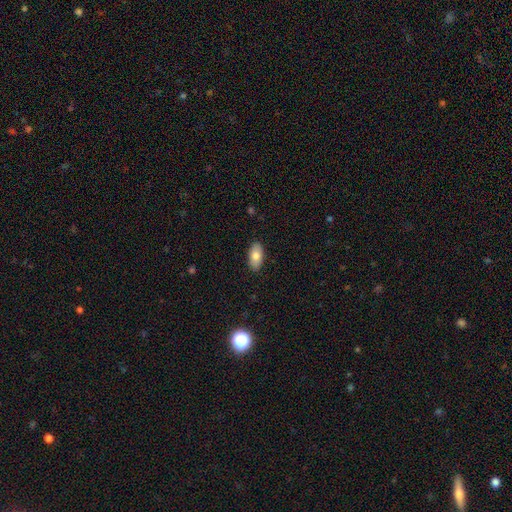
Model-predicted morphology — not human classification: A smooth galaxy with no disk features (80%) that is in between round and cigar-shaped (93%). Merging: none (89%).